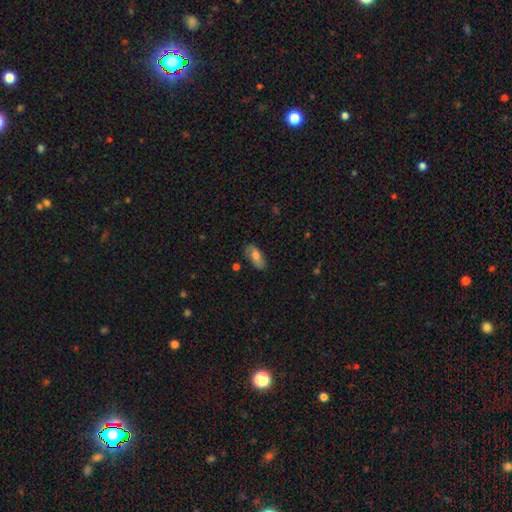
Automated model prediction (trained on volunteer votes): Morphology: type=smooth (64%); roundness=in between (87%); merging=none (73%).